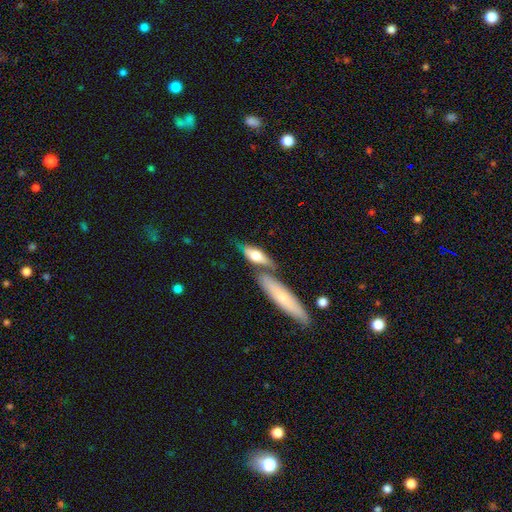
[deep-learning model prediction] Overall: smooth (62%; featured or disk 33%). How rounded: in between (58%; cigar-shaped 38%). Merging: none (47%; merger 31%).